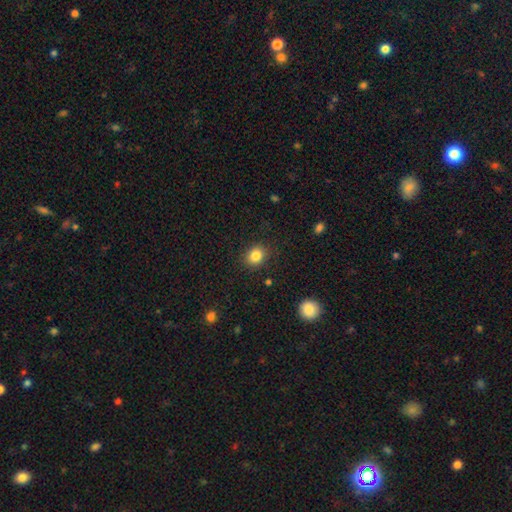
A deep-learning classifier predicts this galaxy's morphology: A smooth galaxy with no disk features (84%) that is round (57%). Merging: none (86%).